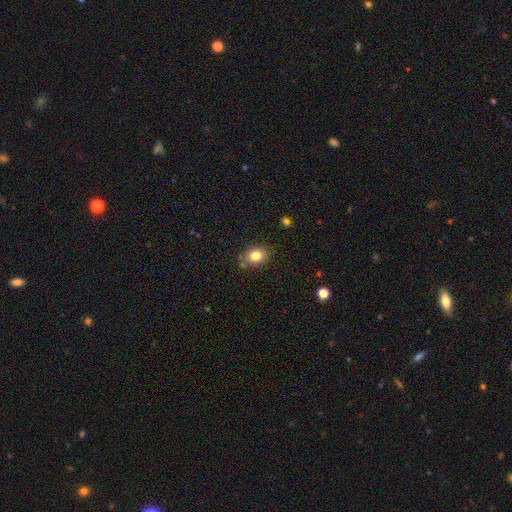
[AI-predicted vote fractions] Smooth or featured? Predicted: smooth (p=0.81). How rounded? Predicted: in between (p=0.60). Merging? Predicted: none (p=0.77).